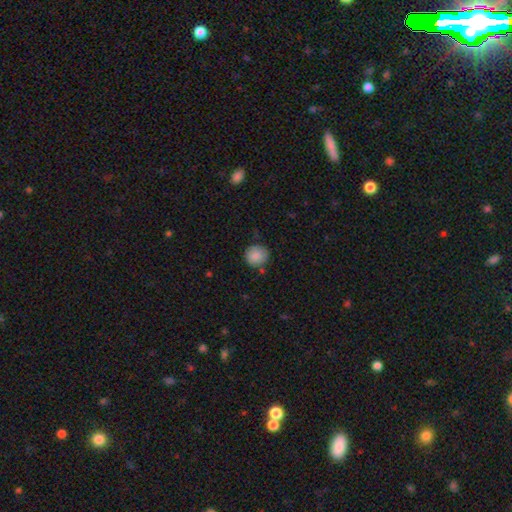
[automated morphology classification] This appears to be a smooth galaxy with no disk features (88%) that is round (91%). Merging: none (81%).